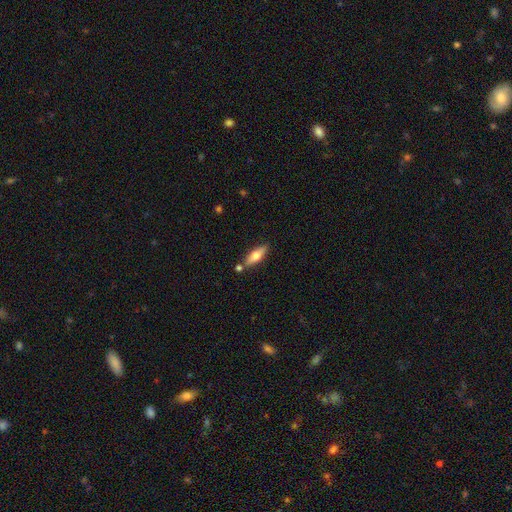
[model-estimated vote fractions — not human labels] A smooth galaxy with no disk features (58%) that is in between round and cigar-shaped (52%). Merging: none (77%).